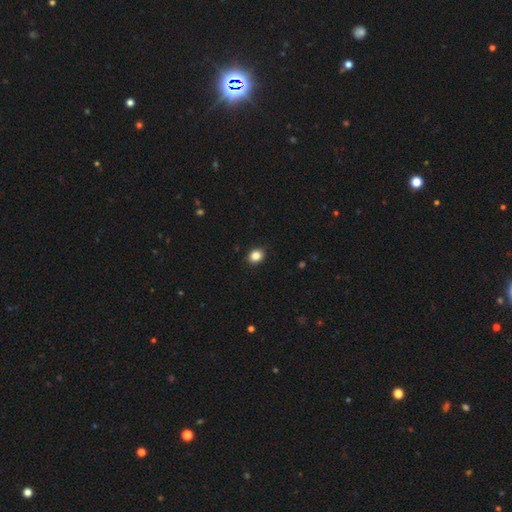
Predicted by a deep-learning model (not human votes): smooth 86%, star or artifact 10%, featured or disk 4%. Down the decision tree: how rounded — round (56%); merging — none (90%).